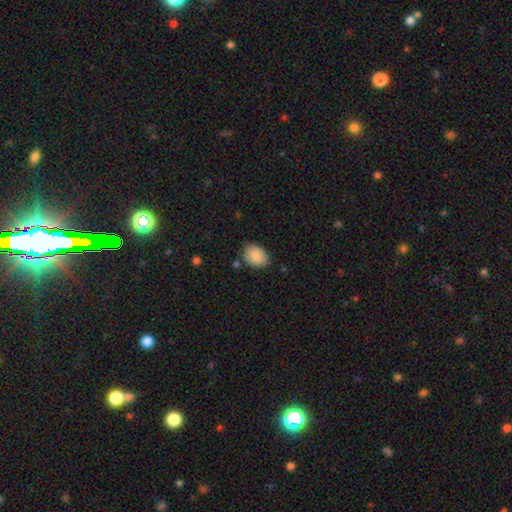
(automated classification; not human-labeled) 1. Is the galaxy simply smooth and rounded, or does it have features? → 89% smooth, 7% star or artifact, 4% featured or disk.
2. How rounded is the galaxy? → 77% in between, 22% round, 1% cigar-shaped.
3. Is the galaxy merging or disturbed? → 78% none, 15% minor disturbance, 3% major disturbance, 3% merger.